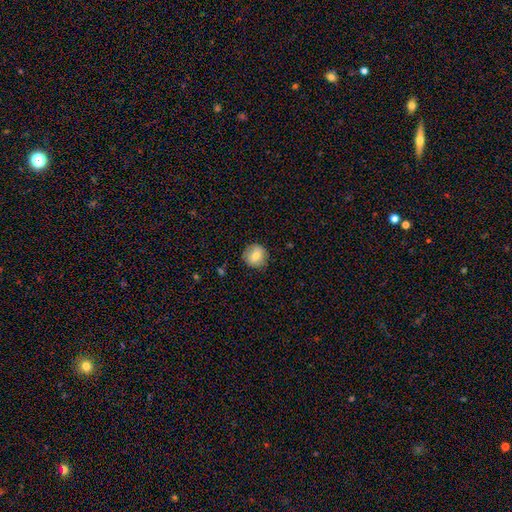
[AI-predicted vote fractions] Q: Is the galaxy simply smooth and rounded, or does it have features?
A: smooth — 76%.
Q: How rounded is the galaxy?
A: round — 91%.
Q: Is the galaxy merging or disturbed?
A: none — 85%.